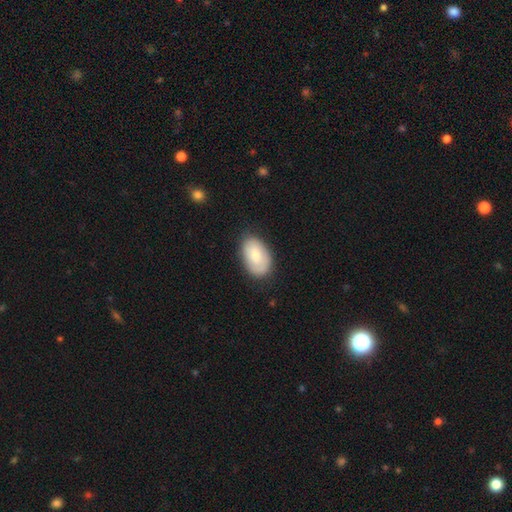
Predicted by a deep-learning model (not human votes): Q: Smooth or featured?
A: smooth (75%); runner-up: featured or disk (19%)
Q: How rounded?
A: in between (93%); runner-up: round (6%)
Q: Merging?
A: none (77%); runner-up: minor disturbance (18%)